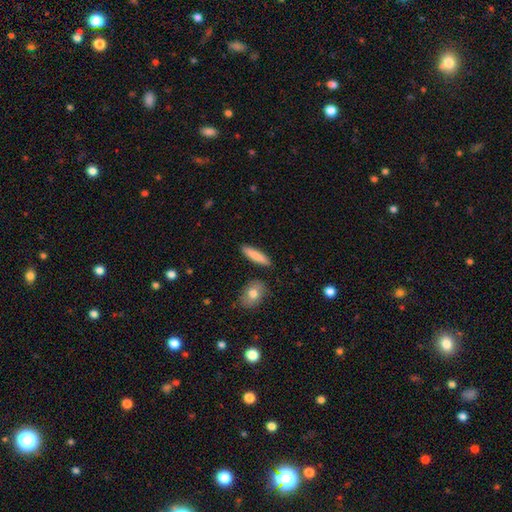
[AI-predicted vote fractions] smooth 81%, featured or disk 13%, star or artifact 6%. Down the decision tree: how rounded — cigar-shaped (79%); merging — none (89%).